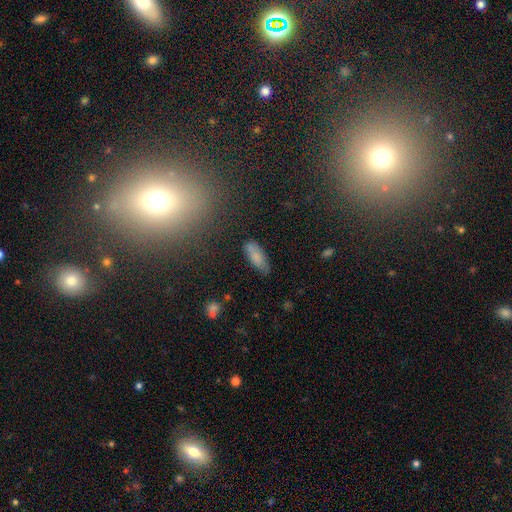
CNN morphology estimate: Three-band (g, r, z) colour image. It shows a smooth galaxy with no disk features (75%) that is in between round and cigar-shaped (75%). Merging: none (65%).